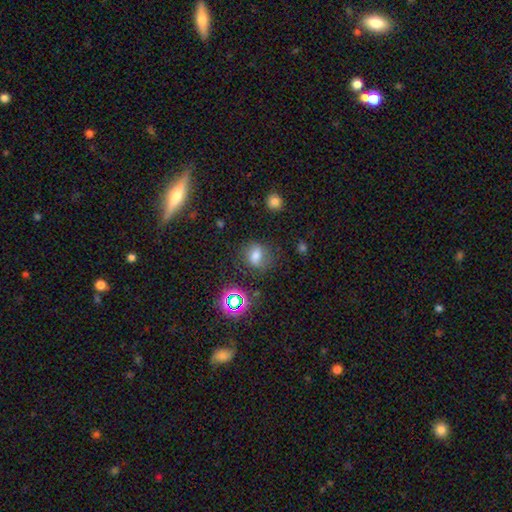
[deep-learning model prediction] smooth 69%, star or artifact 19%, featured or disk 11%. Down the decision tree: how rounded — in between (49%, tied with round); merging — none (71%).